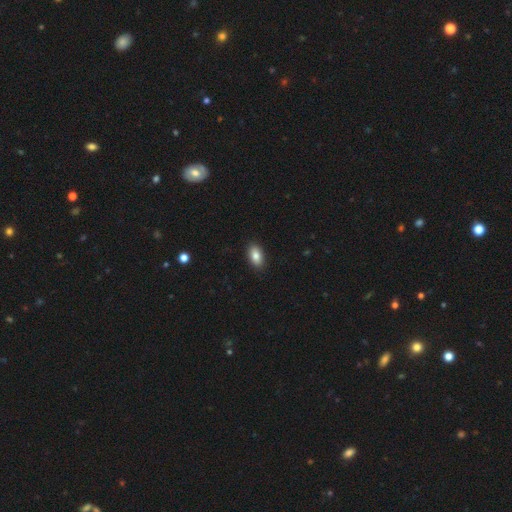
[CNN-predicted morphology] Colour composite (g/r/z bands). It shows a smooth galaxy with no disk features (85%) that is in between round and cigar-shaped (92%). Merging: none (90%).